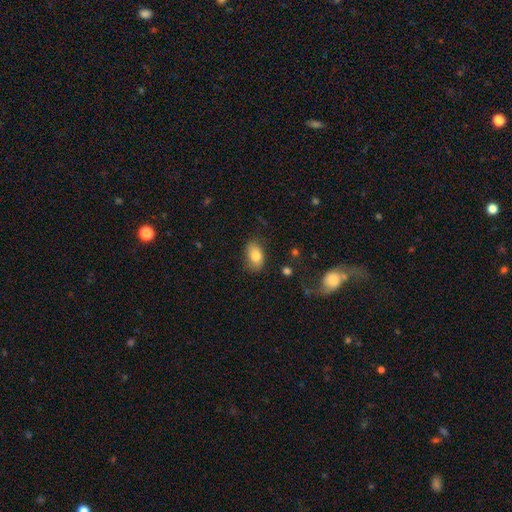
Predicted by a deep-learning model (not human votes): Overall: smooth (81%). How rounded: in between (89%). Merging: none (77%).